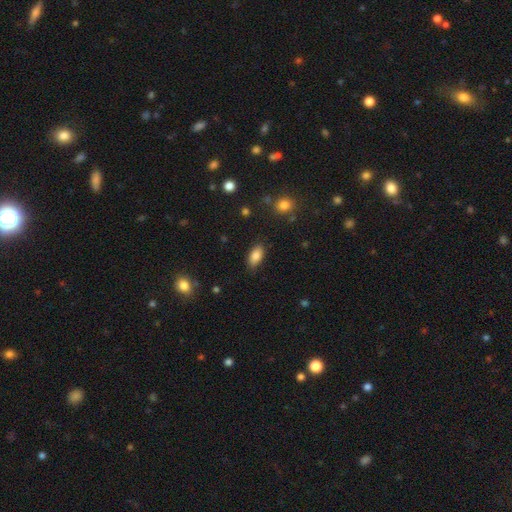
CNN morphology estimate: A smooth galaxy with no disk features (84%) that is in between round and cigar-shaped (91%).

Vote fractions:
- Smooth or featured? smooth: 84% / featured or disk: 8% / star or artifact: 8%
- How rounded? in between: 91% / cigar-shaped: 6% / round: 4%
- Merging? none: 84% / minor disturbance: 12% / major disturbance: 3% / merger: 1%